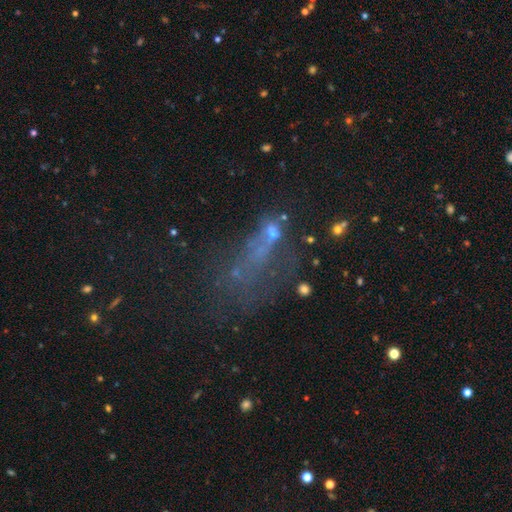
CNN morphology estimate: This appears to be a featured or disk galaxy (37%). Merging: major disturbance (42%).